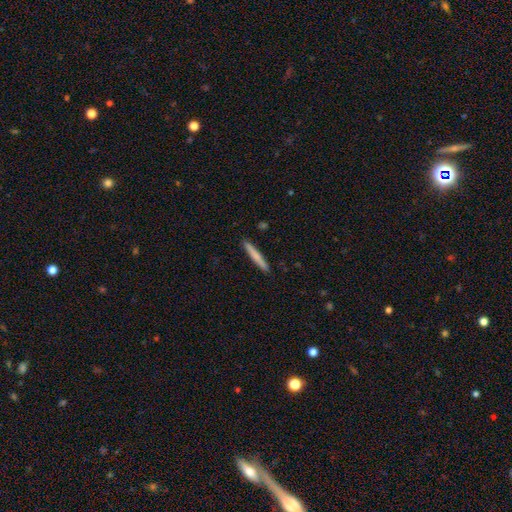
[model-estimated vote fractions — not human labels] A smooth galaxy with no disk features (72%) that is cigar-shaped (96%).

Vote fractions:
- Smooth or featured? smooth: 72% / featured or disk: 23% / star or artifact: 5%
- How rounded? cigar-shaped: 96% / in between: 3% / round: 1%
- Merging? none: 92% / minor disturbance: 6% / major disturbance: 1% / merger: 1%